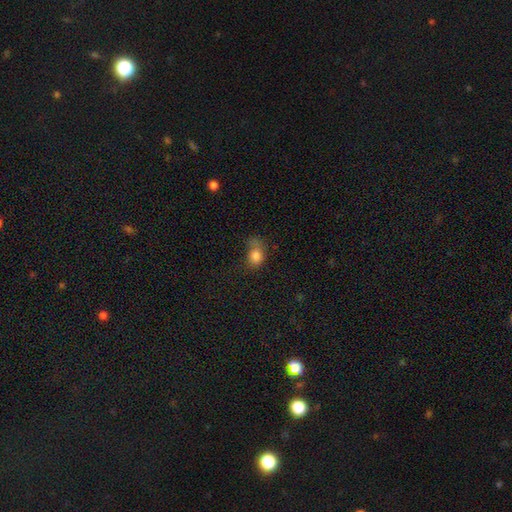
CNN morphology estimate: smooth 80%, star or artifact 11%, featured or disk 9%. Down the decision tree: how rounded — in between (53%); merging — none (37%).